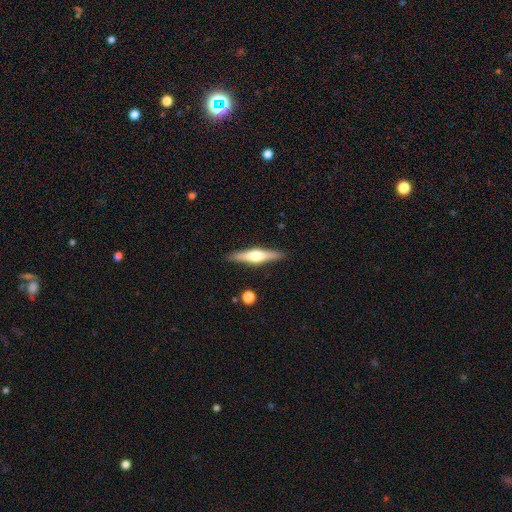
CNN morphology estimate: smooth_or_featured: featured or disk (p=0.65) [alt: smooth p=0.30]
disk_edge_on: yes (p=0.97) [alt: no p=0.03]
edge_on_bulge: rounded (p=0.91) [alt: boxy p=0.06]
merging: none (p=0.90) [alt: minor disturbance p=0.07]